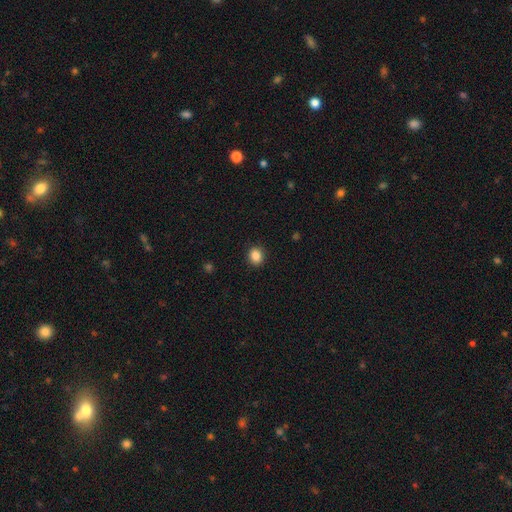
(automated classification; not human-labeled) Smooth or featured? smooth (86%)
How rounded? round (74%)
Merging? none (91%)